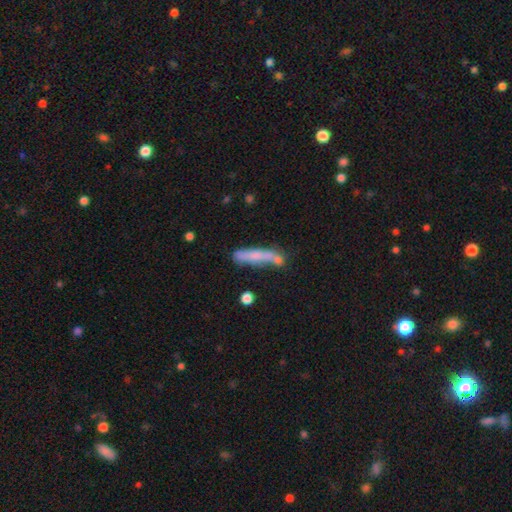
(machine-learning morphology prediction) A smooth galaxy with no disk features (62%) that is cigar-shaped (88%). Merging: none (55%).